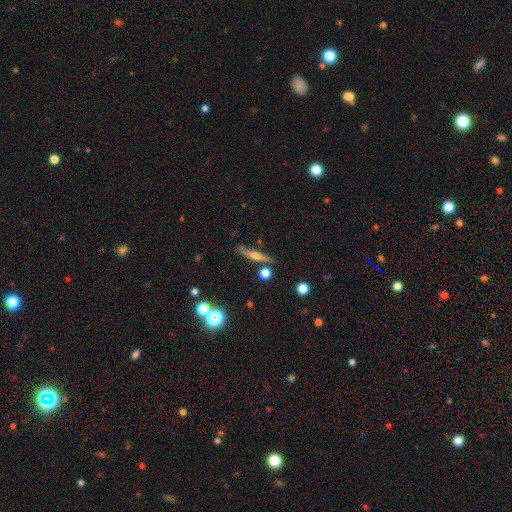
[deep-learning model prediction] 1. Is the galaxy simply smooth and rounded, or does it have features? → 58% featured or disk, 33% smooth, 9% star or artifact.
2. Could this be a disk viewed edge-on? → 94% yes, 6% no.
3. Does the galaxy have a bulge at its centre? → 84% rounded, 9% none, 7% boxy.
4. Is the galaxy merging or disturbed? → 79% none, 12% minor disturbance, 6% merger, 3% major disturbance.